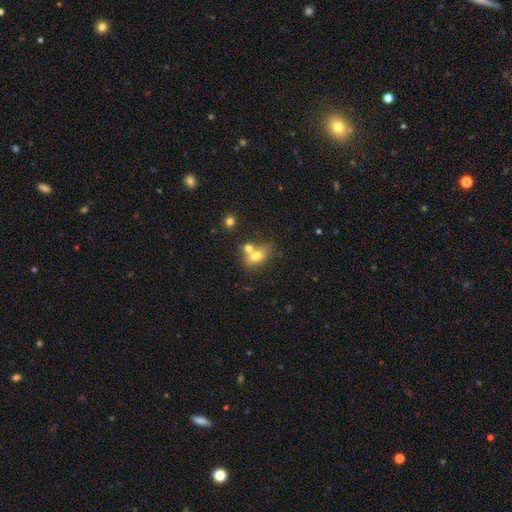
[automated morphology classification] A smooth galaxy with no disk features (70%) that is in between round and cigar-shaped (75%).

Vote fractions:
- Smooth or featured? smooth: 70% / featured or disk: 20% / star or artifact: 10%
- How rounded? in between: 75% / round: 20% / cigar-shaped: 5%
- Merging? merger: 52% / none: 33% / minor disturbance: 10% / major disturbance: 5%